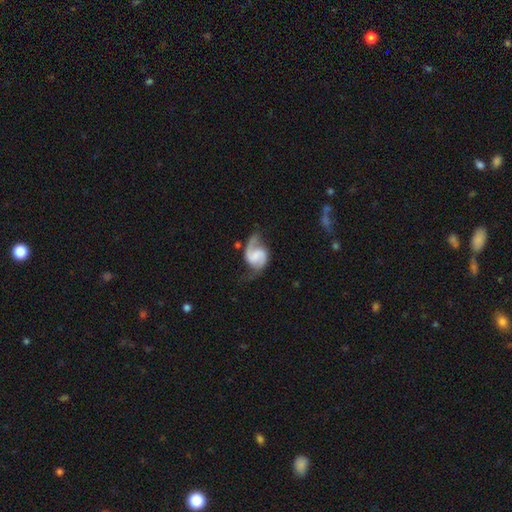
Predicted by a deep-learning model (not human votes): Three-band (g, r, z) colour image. It shows a featured or disk galaxy (86%) with a weak bar (43%), 2 (89%) medium (47%) spiral arms (97%) and no central bulge (54%). Merging: none (62%).